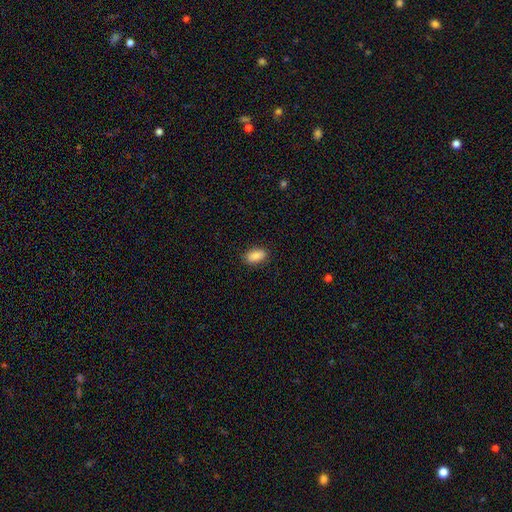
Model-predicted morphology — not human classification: A smooth galaxy with no disk features (87%) that is in between round and cigar-shaped (92%). Merging: none (88%).